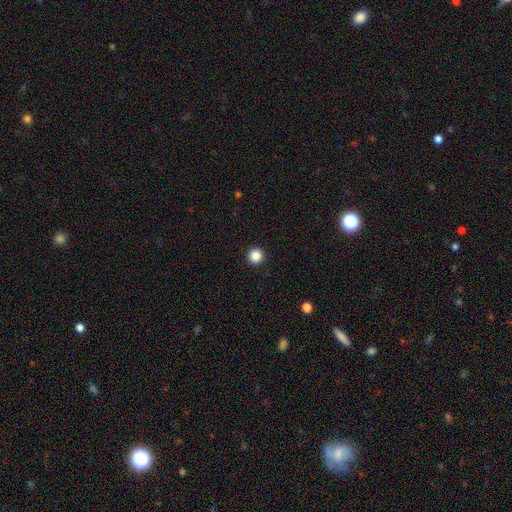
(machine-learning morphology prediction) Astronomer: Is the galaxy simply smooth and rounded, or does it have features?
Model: smooth — 87%.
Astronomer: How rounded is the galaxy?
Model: round — 96%.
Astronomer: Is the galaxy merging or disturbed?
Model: none — 94%.